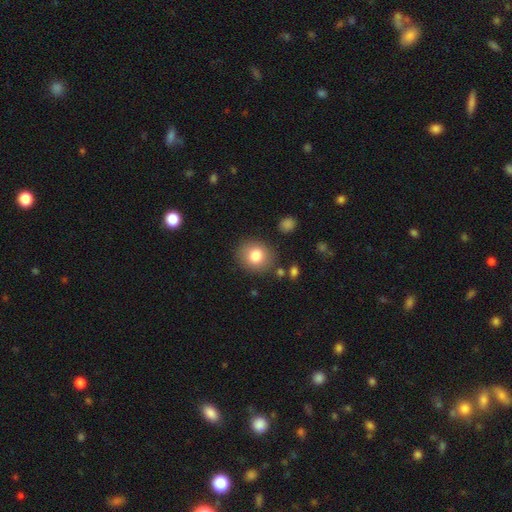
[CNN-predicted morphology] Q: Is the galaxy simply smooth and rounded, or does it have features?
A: smooth — 80%.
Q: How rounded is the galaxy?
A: round — 78%.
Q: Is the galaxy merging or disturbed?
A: none — 84%.